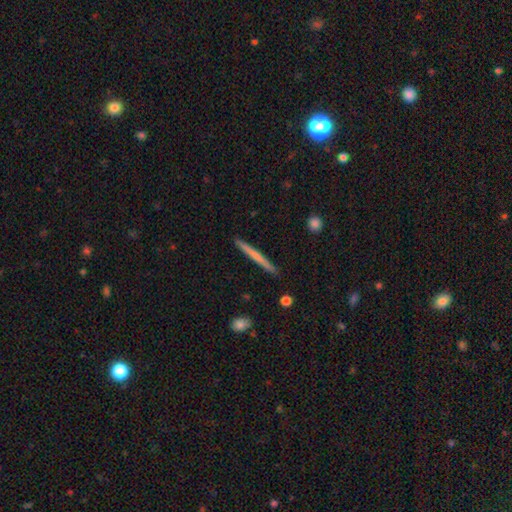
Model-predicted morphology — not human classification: Smooth or featured? smooth (57%)
How rounded? cigar-shaped (97%)
Merging? none (92%)